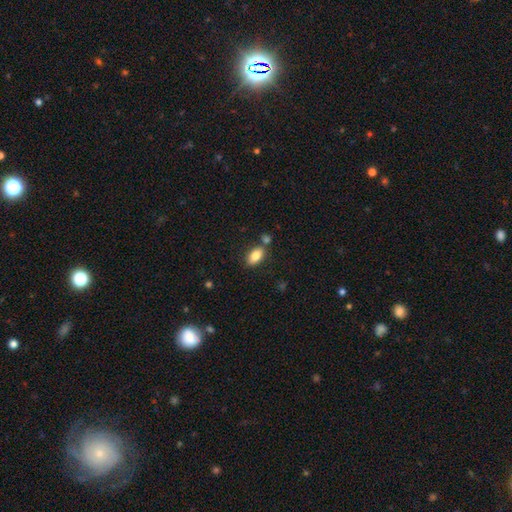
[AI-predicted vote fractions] smooth 83%, featured or disk 10%, star or artifact 8%. Down the decision tree: how rounded — in between (91%); merging — none (74%).